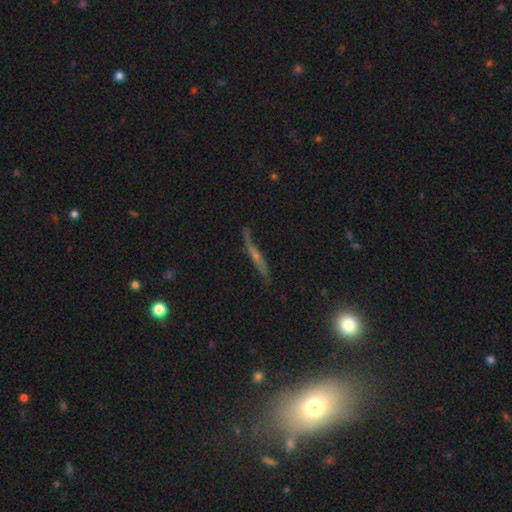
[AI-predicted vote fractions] Smooth or featured: featured or disk — 64% (smooth — 24%)
Edge-on disk: yes — 86% (no — 14%)
Edge-on bulge: rounded — 62% (none — 31%)
Merging: none — 69% (minor disturbance — 20%)